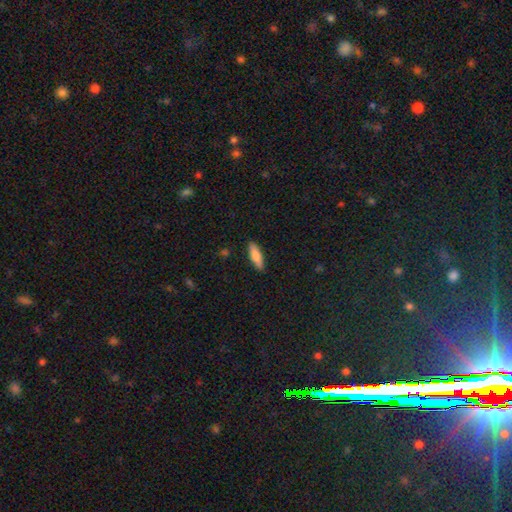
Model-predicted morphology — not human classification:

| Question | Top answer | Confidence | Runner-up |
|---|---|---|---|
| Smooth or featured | smooth | 76% | featured or disk (18%) |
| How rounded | cigar-shaped | 52% | in between (46%) |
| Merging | none | 88% | minor disturbance (9%) |